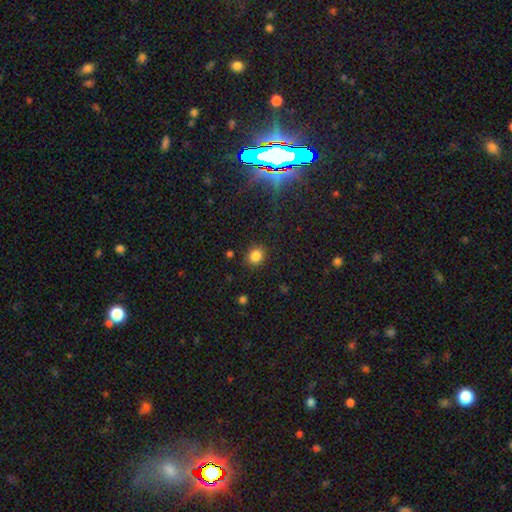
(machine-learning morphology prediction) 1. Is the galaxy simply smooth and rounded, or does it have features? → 84% smooth, 12% star or artifact, 5% featured or disk.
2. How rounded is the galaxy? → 69% round, 31% in between, 1% cigar-shaped.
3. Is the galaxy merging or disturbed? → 88% none, 8% minor disturbance, 3% major disturbance, 1% merger.